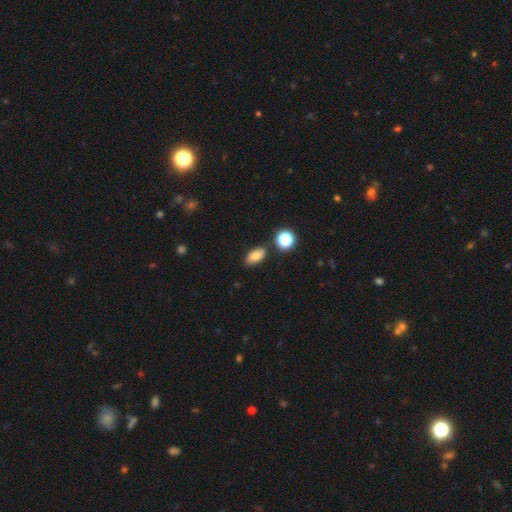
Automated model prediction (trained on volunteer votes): Smooth or featured?
  - smooth: 78% *
  - star or artifact: 12%
  - featured or disk: 10%
How rounded?
  - in between: 88% *
  - round: 8%
  - cigar-shaped: 4%
Merging?
  - none: 80% *
  - minor disturbance: 13%
  - merger: 4%
  - major disturbance: 3%